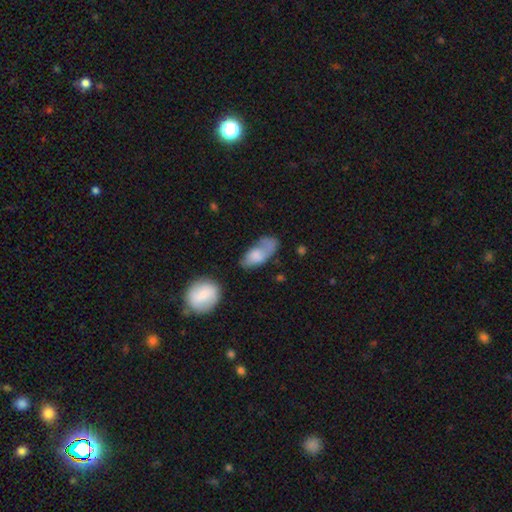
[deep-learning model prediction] Smooth or featured?
  - smooth: 63% *
  - featured or disk: 30%
  - star or artifact: 7%
How rounded?
  - in between: 87% *
  - cigar-shaped: 8%
  - round: 5%
Merging?
  - none: 39% *
  - minor disturbance: 29%
  - major disturbance: 24%
  - merger: 8%